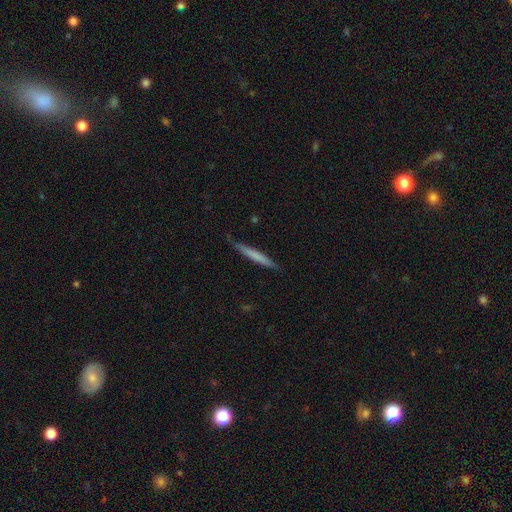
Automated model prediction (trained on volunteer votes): The model was most divided on "smooth or featured": smooth: 64%, featured or disk: 31%, star or artifact: 5%. More confident: how rounded — cigar-shaped (96%); merging — none (84%).